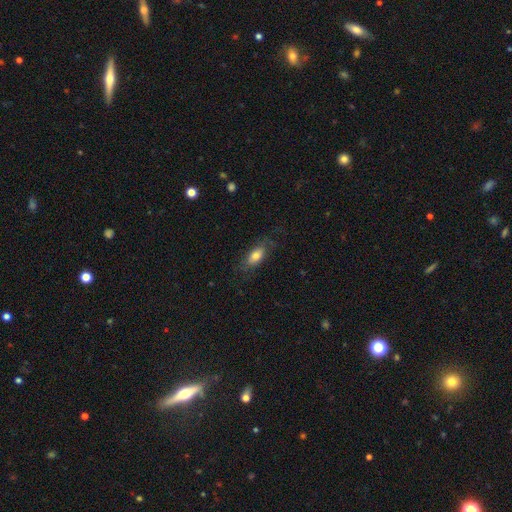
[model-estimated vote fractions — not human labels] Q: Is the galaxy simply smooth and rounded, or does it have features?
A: smooth — 73%.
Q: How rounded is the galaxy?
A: in between — 82%.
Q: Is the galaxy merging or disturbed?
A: none — 69%.